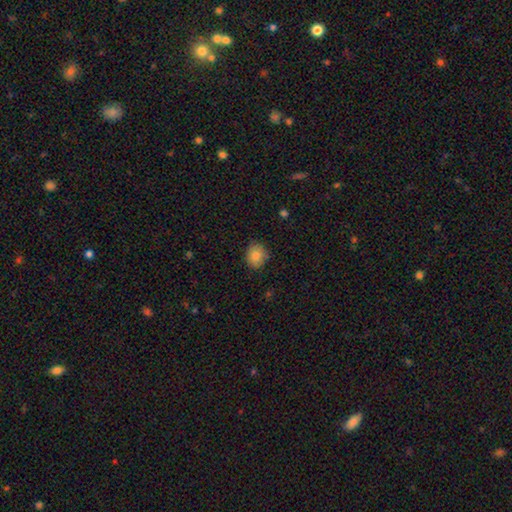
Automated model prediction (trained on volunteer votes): The model was most divided on "how rounded": round: 66%, in between: 33%, cigar-shaped: 1%. More confident: merging — none (84%); smooth or featured — smooth (82%).